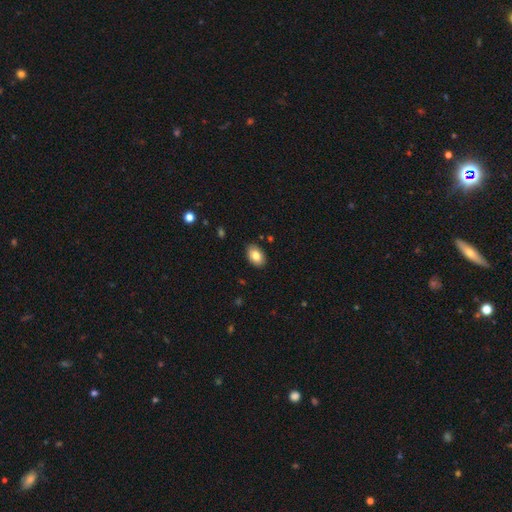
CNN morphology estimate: The model was most divided on "smooth or featured": smooth: 82%, featured or disk: 11%, star or artifact: 7%. More confident: merging — none (89%); how rounded — in between (88%).